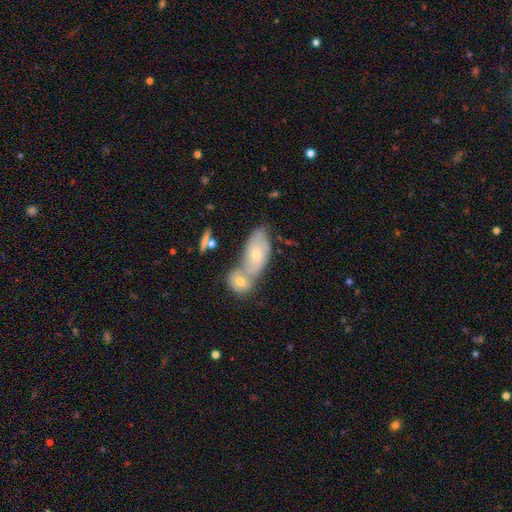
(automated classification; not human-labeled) Smooth or featured? Predicted: featured or disk (p=0.47). Merging? Predicted: merger (p=0.57).